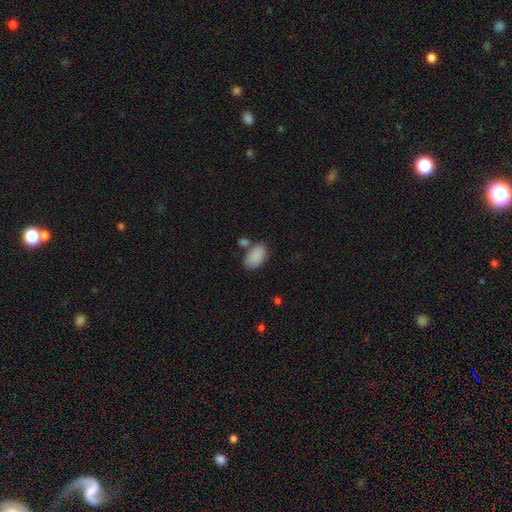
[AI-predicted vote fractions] This is clearly a smooth galaxy (89%). How rounded: clearly in between (94%). Merging: likely none (65%).